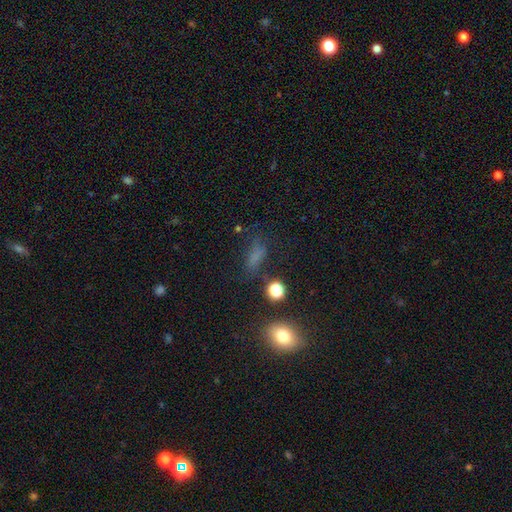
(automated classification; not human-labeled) This is likely a smooth galaxy (65%). How rounded: likely in between (65%). Merging: possibly none (60%).